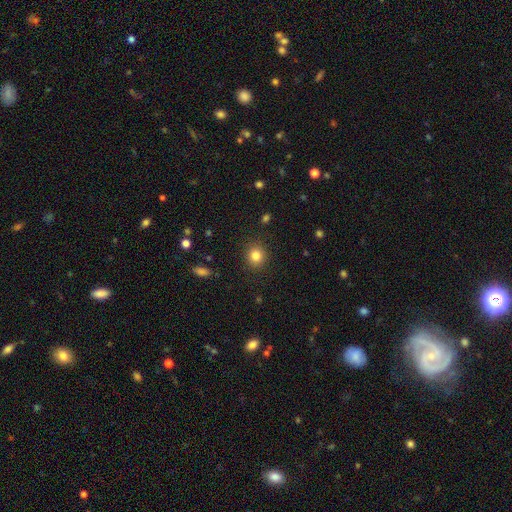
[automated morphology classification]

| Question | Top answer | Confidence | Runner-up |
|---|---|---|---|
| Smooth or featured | smooth | 83% | star or artifact (11%) |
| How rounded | round | 82% | in between (18%) |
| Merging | none | 89% | minor disturbance (7%) |